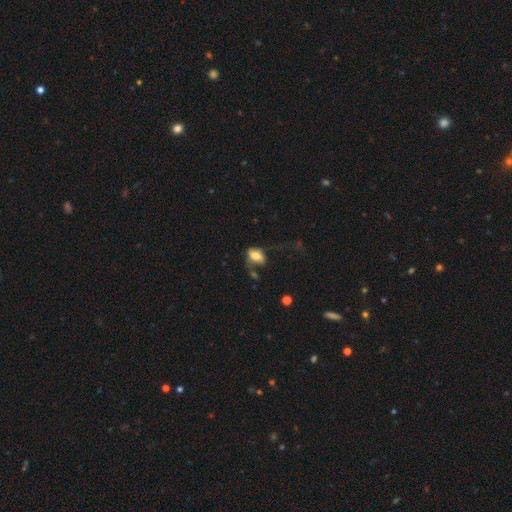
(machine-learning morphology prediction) Smooth or featured? smooth (70%)
How rounded? in between (87%)
Merging? none (37%)